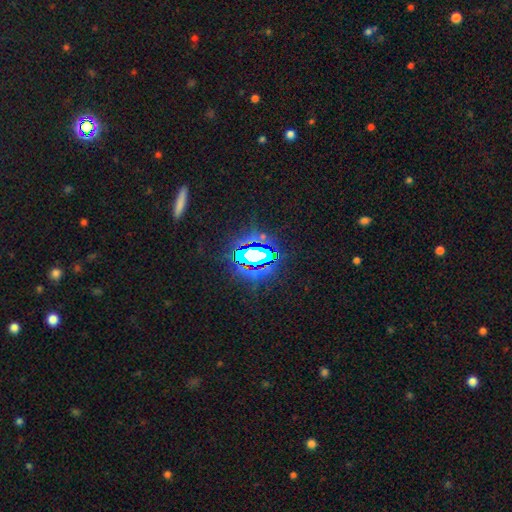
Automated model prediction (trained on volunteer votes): The model was most divided on "smooth or featured": star or artifact: 74%, smooth: 14%, featured or disk: 12%.